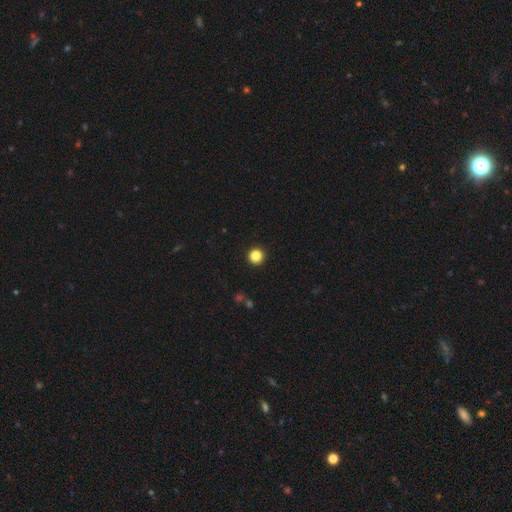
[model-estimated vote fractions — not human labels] Overall: smooth (85%). How rounded: round (96%). Merging: none (94%).